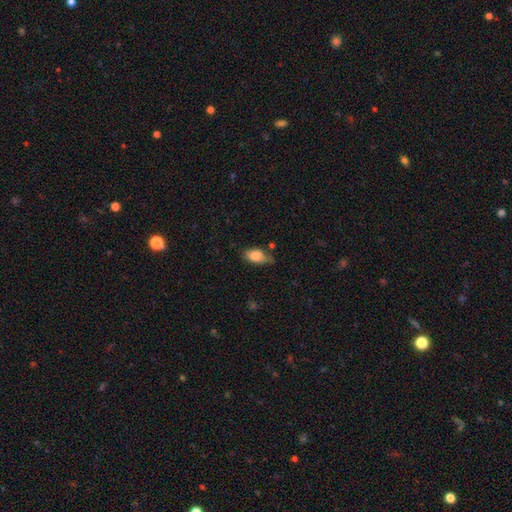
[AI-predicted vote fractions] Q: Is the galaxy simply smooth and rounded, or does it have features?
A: smooth — 80%.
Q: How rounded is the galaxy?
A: in between — 89%.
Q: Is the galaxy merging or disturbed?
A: none — 49%.